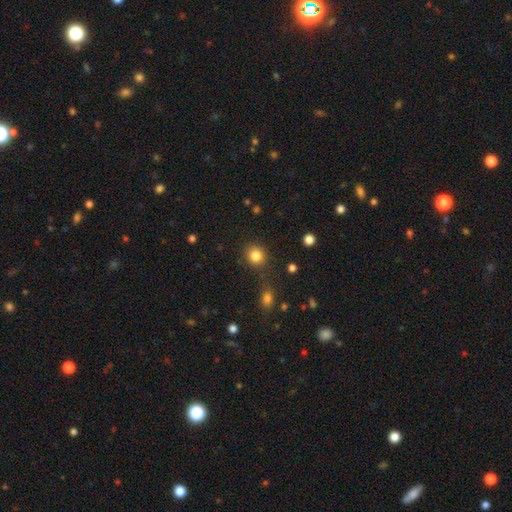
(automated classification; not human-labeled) Morphology: type=smooth (84%); roundness=round (88%); merging=none (79%).